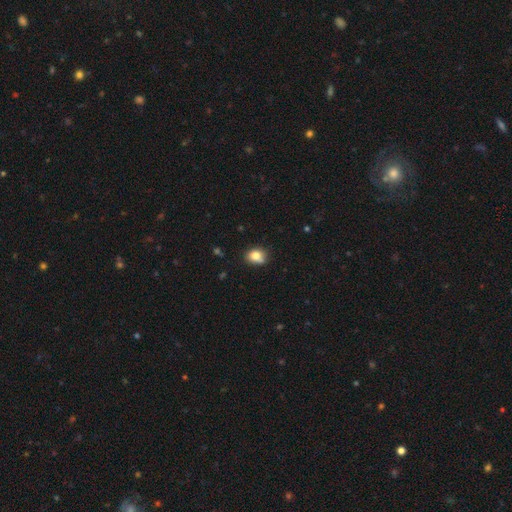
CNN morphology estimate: smooth_or_featured: smooth (p=0.81) [alt: star or artifact p=0.10]
how_rounded: in between (p=0.50) [alt: round p=0.49]
merging: none (p=0.65) [alt: minor disturbance p=0.26]